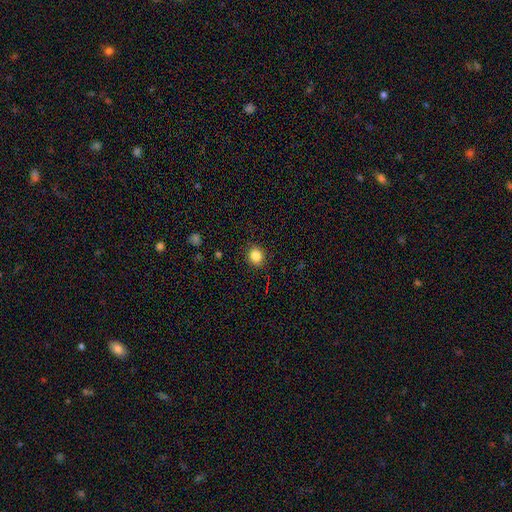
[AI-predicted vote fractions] Overall: smooth (86%). How rounded: round (76%). Merging: none (89%).